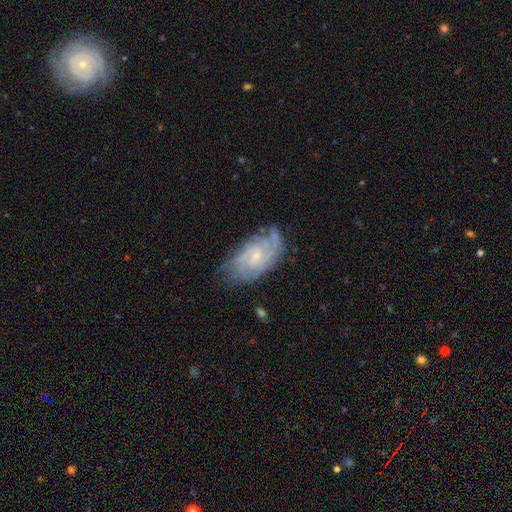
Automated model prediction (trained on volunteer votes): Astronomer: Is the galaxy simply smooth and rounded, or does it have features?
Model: featured or disk — 78%.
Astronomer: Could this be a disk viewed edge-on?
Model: no — 96%.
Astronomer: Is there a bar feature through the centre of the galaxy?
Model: no — 57% (runner-up: weak, 38%).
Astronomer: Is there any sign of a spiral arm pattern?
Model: yes — 93%.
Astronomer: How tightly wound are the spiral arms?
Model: tight — 55% (runner-up: medium, 34%).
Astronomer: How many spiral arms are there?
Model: can't tell — 37% (runner-up: 2, 24%).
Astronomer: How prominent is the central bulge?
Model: small — 67%.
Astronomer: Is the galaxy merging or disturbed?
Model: none — 68%.